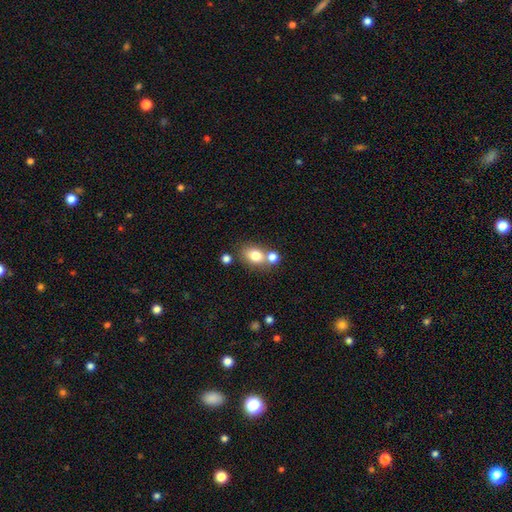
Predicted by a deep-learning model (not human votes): This is likely a smooth galaxy (78%). How rounded: possibly in between (60%). Merging: possibly none (52%).